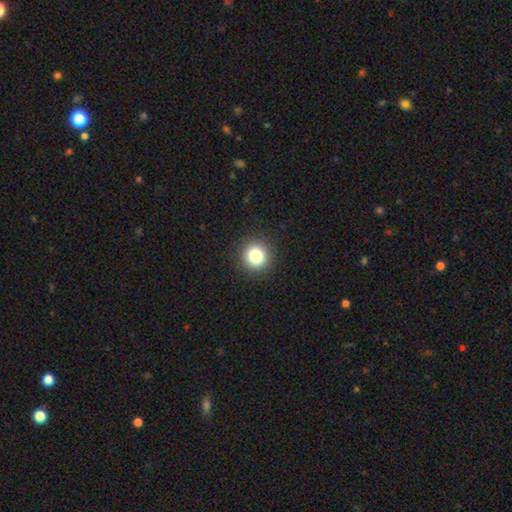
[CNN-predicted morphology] Q: Smooth or featured?
A: smooth (83%); runner-up: star or artifact (11%)
Q: How rounded?
A: round (94%); runner-up: in between (5%)
Q: Merging?
A: none (92%); runner-up: minor disturbance (5%)